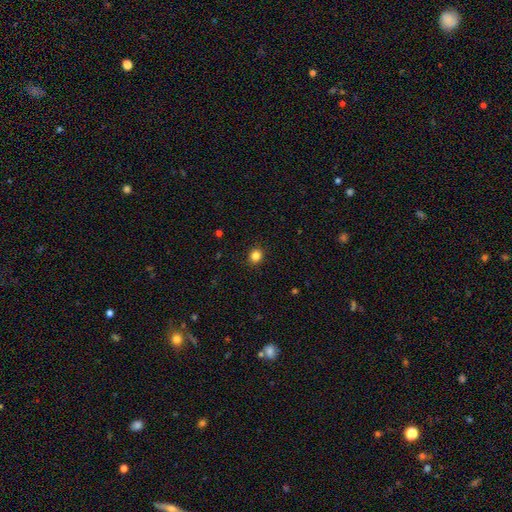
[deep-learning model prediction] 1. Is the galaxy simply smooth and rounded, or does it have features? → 84% smooth, 12% star or artifact, 4% featured or disk.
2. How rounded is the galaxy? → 79% round, 21% in between, 1% cigar-shaped.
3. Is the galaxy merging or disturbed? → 91% none, 6% minor disturbance, 2% major disturbance, 1% merger.